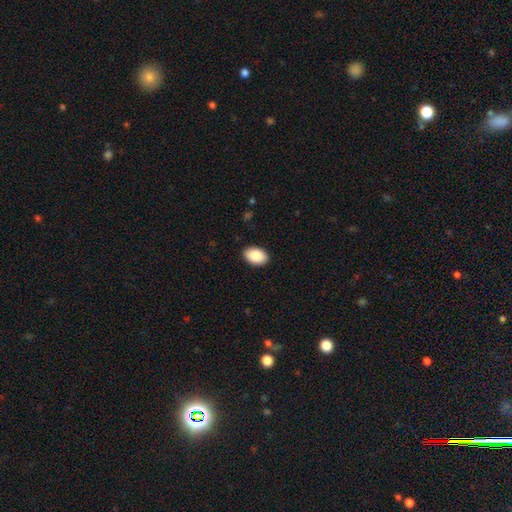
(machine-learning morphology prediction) The model was most divided on "how rounded": in between: 90%, round: 9%, cigar-shaped: 1%. More confident: merging — none (90%); smooth or featured — smooth (89%).